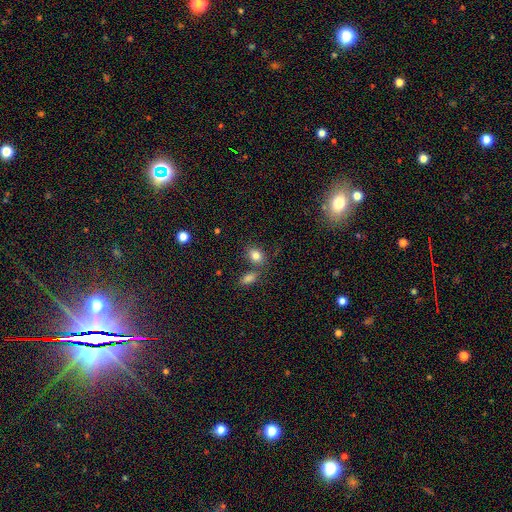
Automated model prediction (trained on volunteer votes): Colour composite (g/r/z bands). It shows a smooth galaxy with no disk features (82%) that is in between round and cigar-shaped (69%). Merging: none (64%).